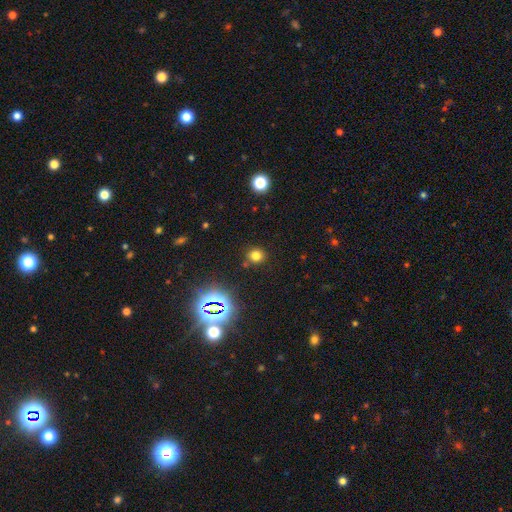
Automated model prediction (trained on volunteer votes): Smooth or featured?
  - smooth: 71% *
  - star or artifact: 23%
  - featured or disk: 6%
How rounded?
  - round: 85% *
  - in between: 14%
  - cigar-shaped: 1%
Merging?
  - none: 82% *
  - minor disturbance: 9%
  - merger: 6%
  - major disturbance: 3%